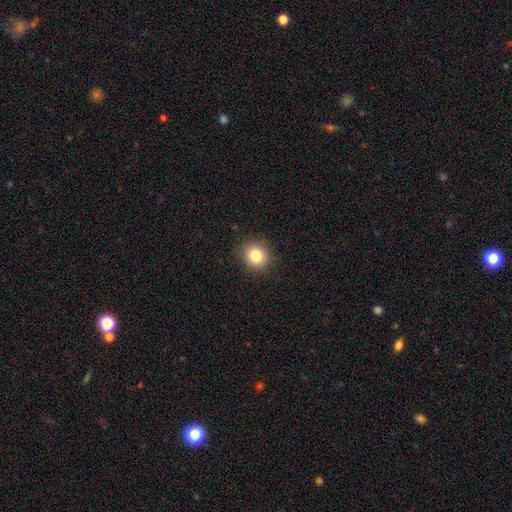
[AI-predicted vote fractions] Smooth or featured? smooth (82%)
How rounded? round (76%)
Merging? none (89%)